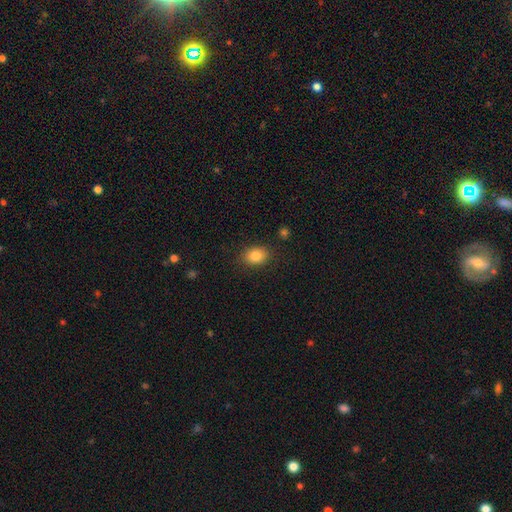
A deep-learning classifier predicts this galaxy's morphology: A smooth galaxy with no disk features (83%) that is in between round and cigar-shaped (68%). Merging: none (86%).